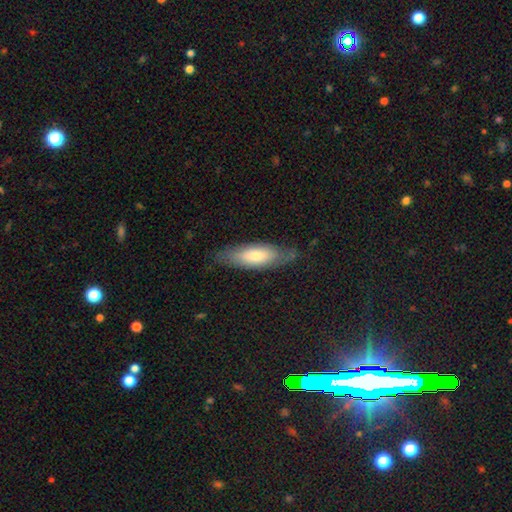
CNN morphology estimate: Smooth or featured: smooth — 67% (featured or disk — 28%)
How rounded: in between — 65% (cigar-shaped — 33%)
Merging: none — 74% (minor disturbance — 19%)